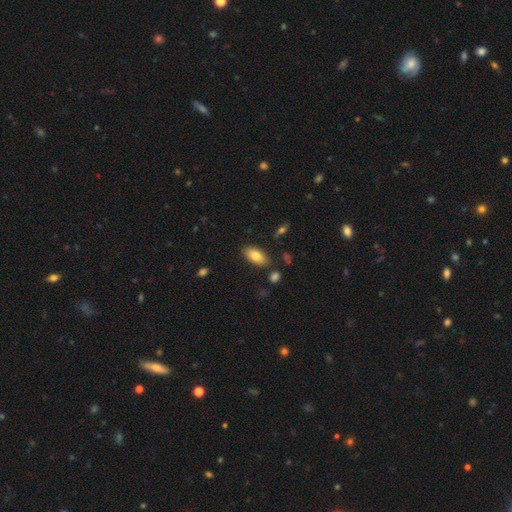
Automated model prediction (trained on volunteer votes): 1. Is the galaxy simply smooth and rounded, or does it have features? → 81% smooth, 12% featured or disk, 7% star or artifact.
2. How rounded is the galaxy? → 92% in between, 5% cigar-shaped, 3% round.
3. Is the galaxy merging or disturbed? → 84% none, 10% minor disturbance, 3% merger, 2% major disturbance.